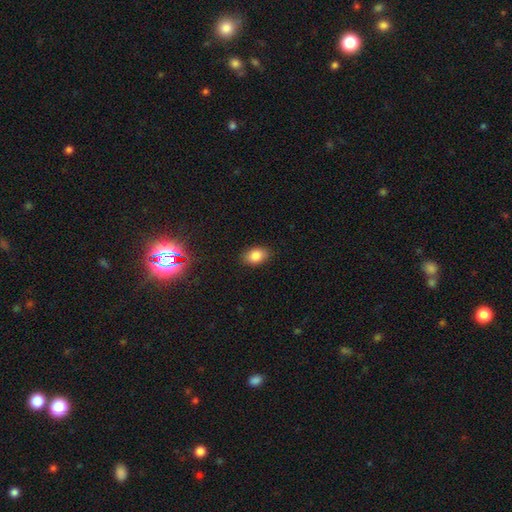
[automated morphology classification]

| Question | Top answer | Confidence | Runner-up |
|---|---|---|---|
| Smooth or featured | smooth | 85% | star or artifact (9%) |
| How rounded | in between | 86% | round (13%) |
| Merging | none | 86% | minor disturbance (10%) |